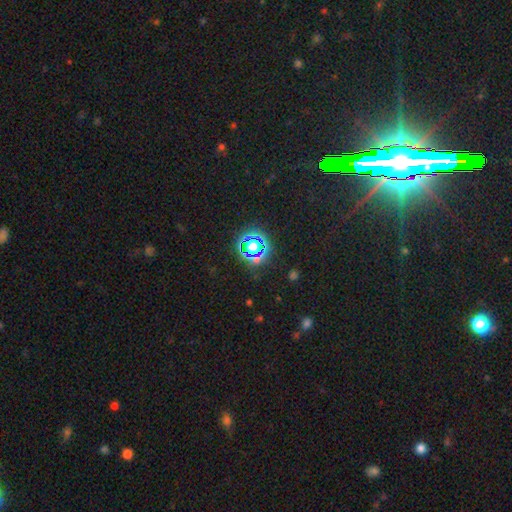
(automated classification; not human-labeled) Smooth or featured? Predicted: star or artifact (p=0.75).